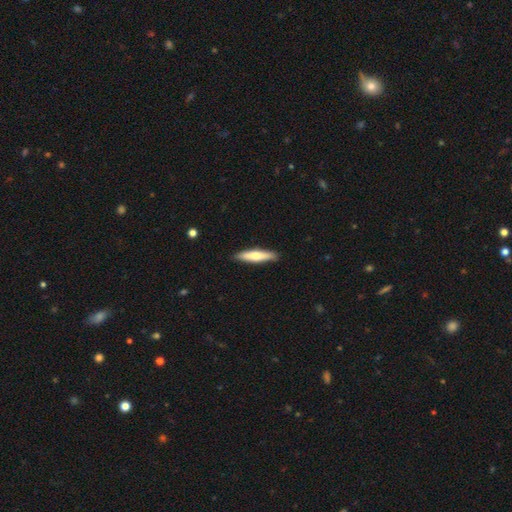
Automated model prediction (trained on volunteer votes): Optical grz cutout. It shows a smooth galaxy with no disk features (60%) that is cigar-shaped (83%). Merging: none (89%).